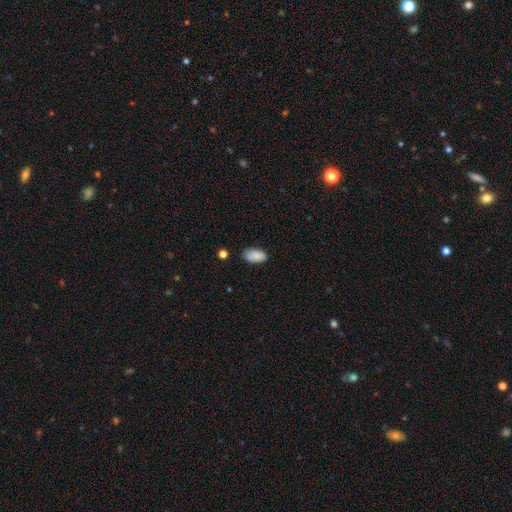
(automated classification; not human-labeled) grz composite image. It shows a smooth galaxy with no disk features (88%) that is in between round and cigar-shaped (94%). Merging: none (76%).